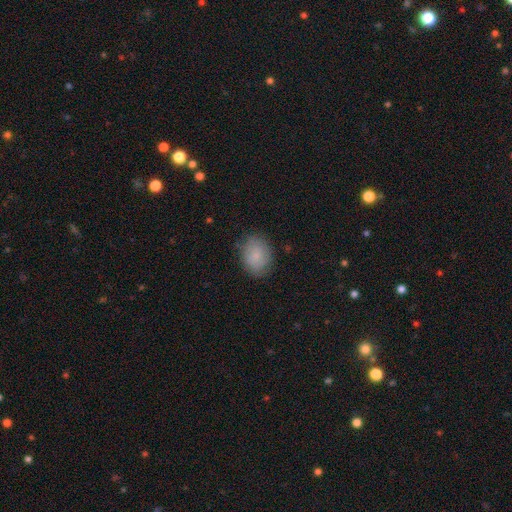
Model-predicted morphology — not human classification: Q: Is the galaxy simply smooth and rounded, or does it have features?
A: smooth — 82%.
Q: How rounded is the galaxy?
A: in between — 66%.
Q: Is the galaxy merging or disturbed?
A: none — 80%.